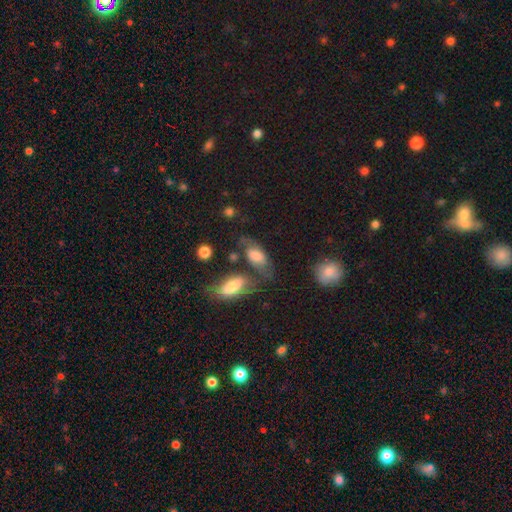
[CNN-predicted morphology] Smooth or featured?
  - smooth: 59% *
  - featured or disk: 32%
  - star or artifact: 9%
How rounded?
  - in between: 88% *
  - round: 6%
  - cigar-shaped: 6%
Merging?
  - none: 43% *
  - minor disturbance: 23%
  - merger: 17%
  - major disturbance: 17%